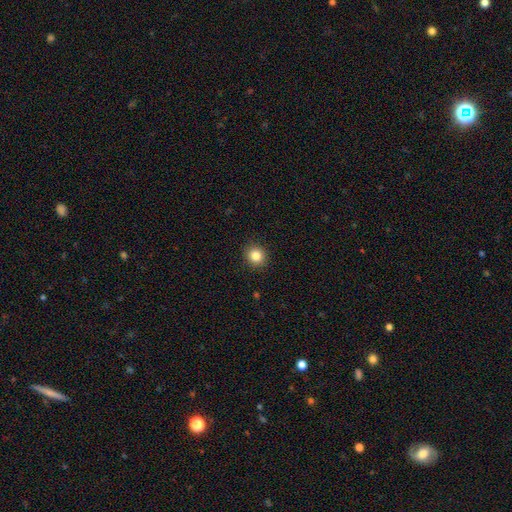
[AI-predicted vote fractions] Smooth or featured? smooth (84%)
How rounded? round (88%)
Merging? none (91%)